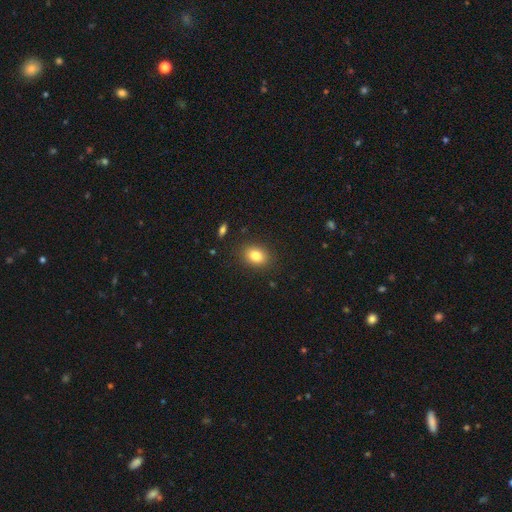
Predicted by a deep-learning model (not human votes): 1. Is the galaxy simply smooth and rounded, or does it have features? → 83% smooth, 10% star or artifact, 8% featured or disk.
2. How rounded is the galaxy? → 64% in between, 35% round, 1% cigar-shaped.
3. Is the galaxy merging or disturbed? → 88% none, 9% minor disturbance, 3% major disturbance, 1% merger.